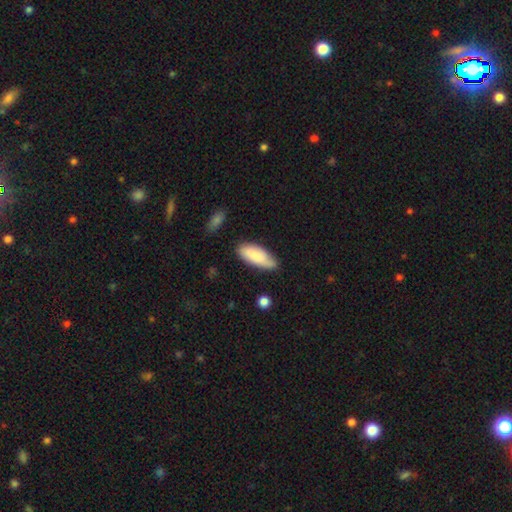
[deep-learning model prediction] A smooth galaxy with no disk features (79%) that is in between round and cigar-shaped (77%).

Vote fractions:
- Smooth or featured? smooth: 79% / featured or disk: 15% / star or artifact: 6%
- How rounded? in between: 77% / cigar-shaped: 21% / round: 2%
- Merging? none: 68% / minor disturbance: 25% / major disturbance: 4% / merger: 3%